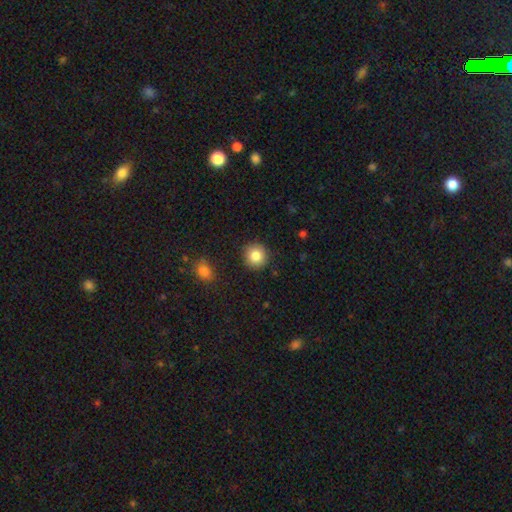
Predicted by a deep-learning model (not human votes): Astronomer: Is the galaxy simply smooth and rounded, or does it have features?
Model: smooth — 84%.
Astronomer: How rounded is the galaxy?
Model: round — 92%.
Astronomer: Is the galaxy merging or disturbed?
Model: none — 90%.